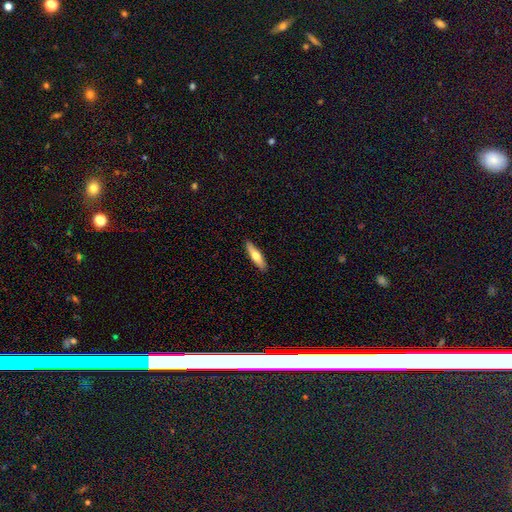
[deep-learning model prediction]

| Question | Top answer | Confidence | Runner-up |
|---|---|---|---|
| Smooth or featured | smooth | 60% | featured or disk (35%) |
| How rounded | cigar-shaped | 70% | in between (28%) |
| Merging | none | 90% | minor disturbance (8%) |